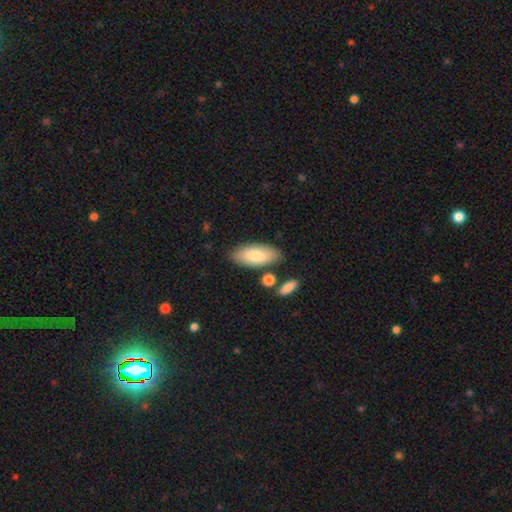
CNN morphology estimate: A smooth galaxy with no disk features (78%) that is in between round and cigar-shaped (85%). Merging: none (79%).